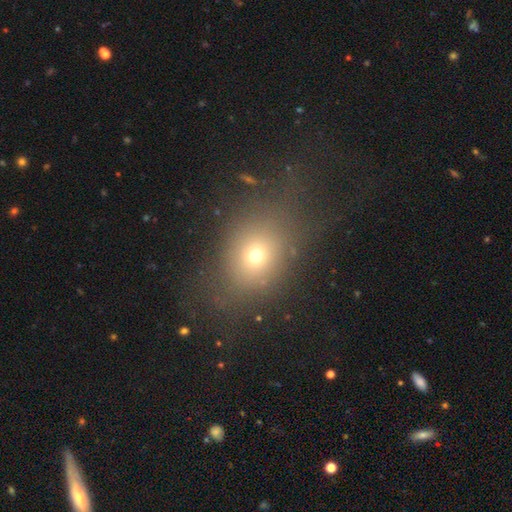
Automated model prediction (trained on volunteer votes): Q: Smooth or featured?
A: smooth (66%); runner-up: star or artifact (20%)
Q: How rounded?
A: in between (50%); runner-up: round (48%)
Q: Merging?
A: none (65%); runner-up: minor disturbance (15%)